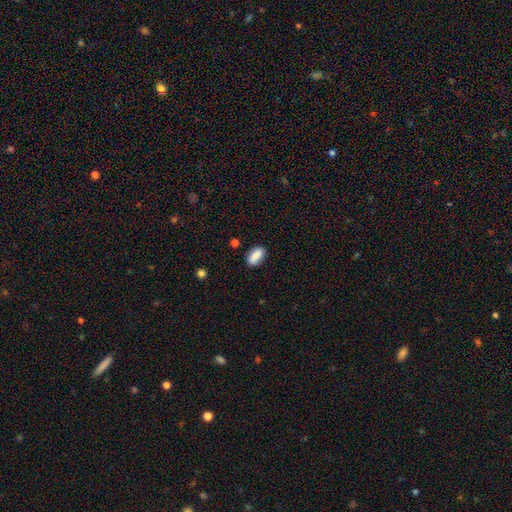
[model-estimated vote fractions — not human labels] A smooth galaxy with no disk features (86%) that is in between round and cigar-shaped (87%).

Vote fractions:
- Smooth or featured? smooth: 86% / star or artifact: 7% / featured or disk: 7%
- How rounded? in between: 87% / cigar-shaped: 8% / round: 4%
- Merging? none: 80% / minor disturbance: 14% / merger: 3% / major disturbance: 3%